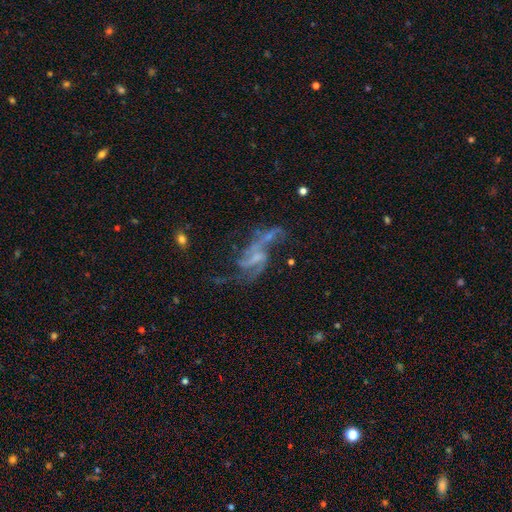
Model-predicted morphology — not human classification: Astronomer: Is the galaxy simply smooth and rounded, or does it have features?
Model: featured or disk — 77%.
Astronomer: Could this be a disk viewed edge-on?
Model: no — 93%.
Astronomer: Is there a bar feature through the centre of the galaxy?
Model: no — 40% (runner-up: weak, 38%).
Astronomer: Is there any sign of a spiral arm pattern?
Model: yes — 78%.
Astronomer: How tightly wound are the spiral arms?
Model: loose — 73%.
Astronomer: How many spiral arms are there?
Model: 2 — 67%.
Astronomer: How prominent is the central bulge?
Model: none — 47% (runner-up: small, 36%).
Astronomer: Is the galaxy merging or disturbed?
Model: none — 35%, tied with major disturbance at 35%.